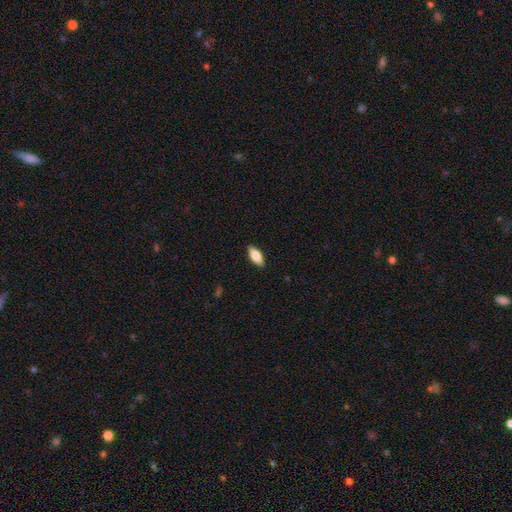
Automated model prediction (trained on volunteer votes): Morphology: type=smooth (74%); roundness=in between (76%); merging=none (89%).